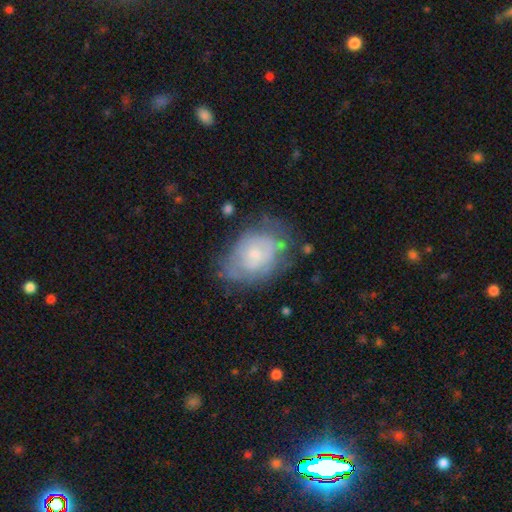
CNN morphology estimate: The model was most divided on "smooth or featured": featured or disk: 48%, smooth: 44%, star or artifact: 8%. Remaining: merging — none (50%).